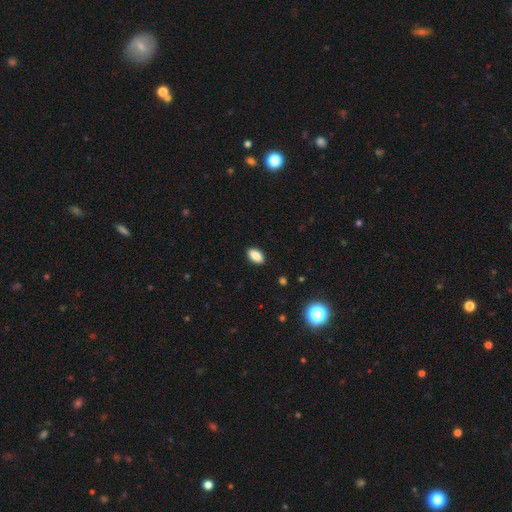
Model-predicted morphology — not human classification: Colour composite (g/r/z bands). It shows a smooth galaxy with no disk features (88%) that is in between round and cigar-shaped (92%). Merging: none (90%).